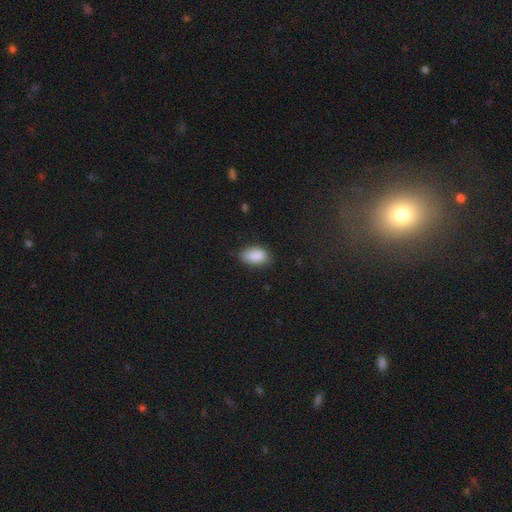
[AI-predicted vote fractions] Morphology: type=smooth (89%); roundness=in between (93%); merging=none (77%).